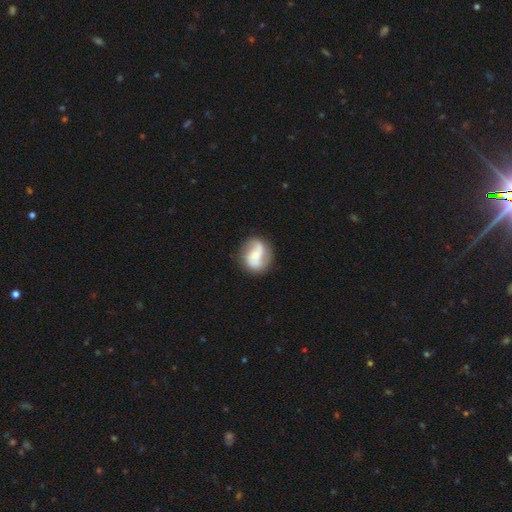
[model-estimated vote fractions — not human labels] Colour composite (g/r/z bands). It shows a featured or disk galaxy (69%) with no bar (50%), 2 (84%) loose (48%) spiral arms (92%) and a small central bulge (51%). Merging: none (71%).